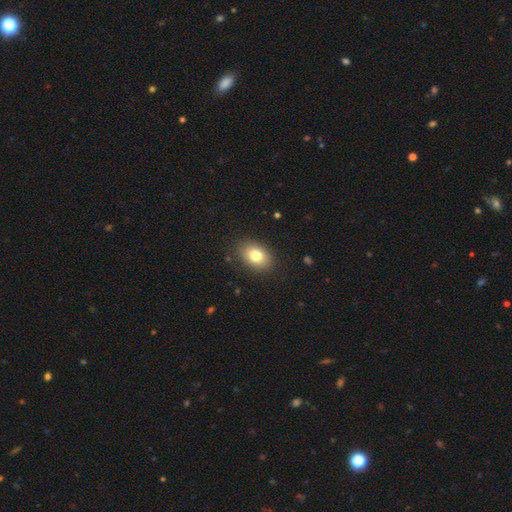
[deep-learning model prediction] Q: Smooth or featured?
A: smooth (79%); runner-up: featured or disk (12%)
Q: How rounded?
A: in between (76%); runner-up: round (23%)
Q: Merging?
A: none (87%); runner-up: minor disturbance (9%)